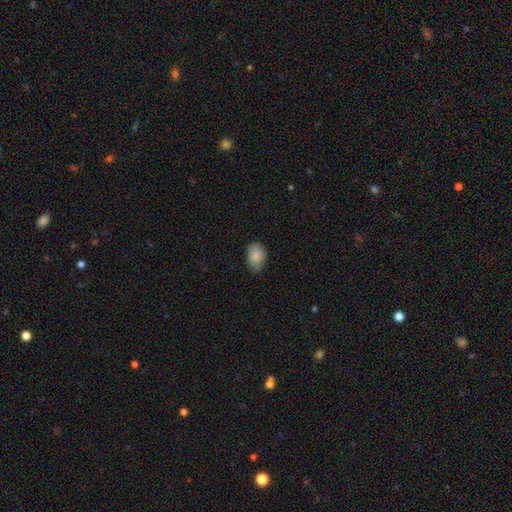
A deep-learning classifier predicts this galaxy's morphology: Overall: smooth (84%). How rounded: in between (81%). Merging: none (68%).